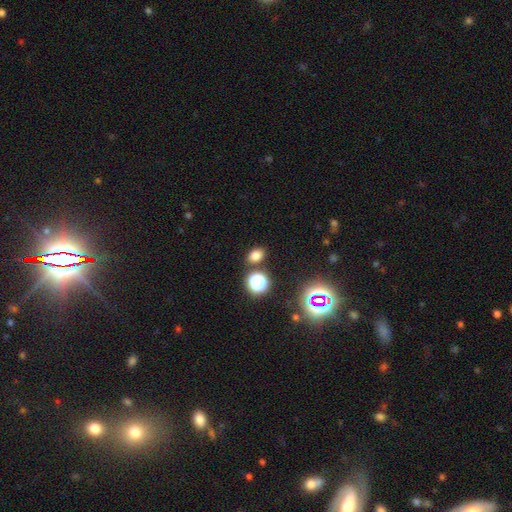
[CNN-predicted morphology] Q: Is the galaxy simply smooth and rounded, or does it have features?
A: smooth — 74%.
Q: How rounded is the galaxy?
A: in between — 67%.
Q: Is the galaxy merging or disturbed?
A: none — 82%.